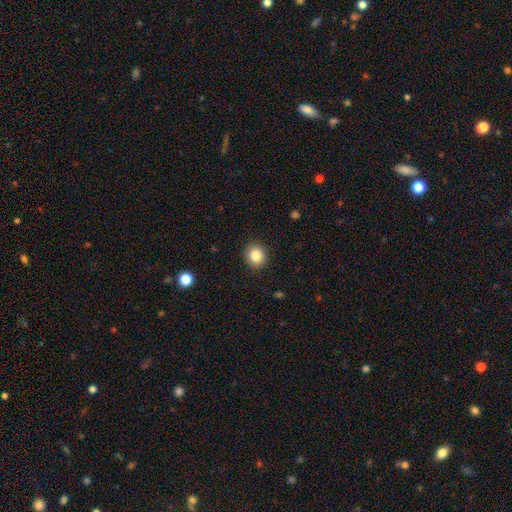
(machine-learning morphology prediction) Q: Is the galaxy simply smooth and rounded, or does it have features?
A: smooth — 84%.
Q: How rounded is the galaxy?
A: round — 85%.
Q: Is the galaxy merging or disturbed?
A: none — 91%.